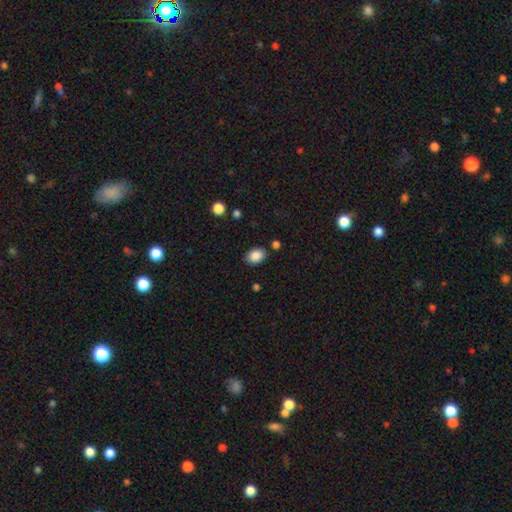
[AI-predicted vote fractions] smooth 87%, star or artifact 8%, featured or disk 4%. Down the decision tree: how rounded — in between (73%); merging — none (83%).